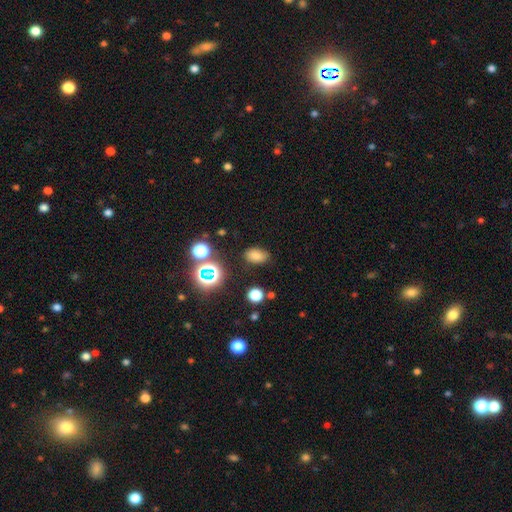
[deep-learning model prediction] smooth-or-featured: smooth: 73% | star or artifact: 19% | featured or disk: 8%
  how-rounded: in between: 83% | round: 16% | cigar-shaped: 1%
  merging: none: 80% | minor disturbance: 14% | major disturbance: 4% | merger: 2%